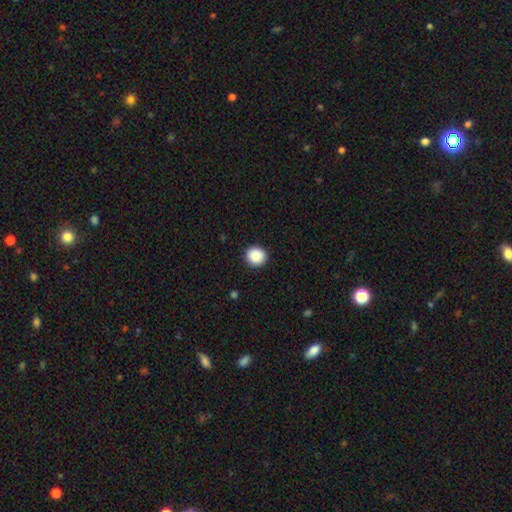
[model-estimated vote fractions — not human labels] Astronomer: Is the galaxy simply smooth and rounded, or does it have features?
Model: smooth — 89%.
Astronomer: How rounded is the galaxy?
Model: round — 88%.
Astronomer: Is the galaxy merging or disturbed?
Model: none — 92%.